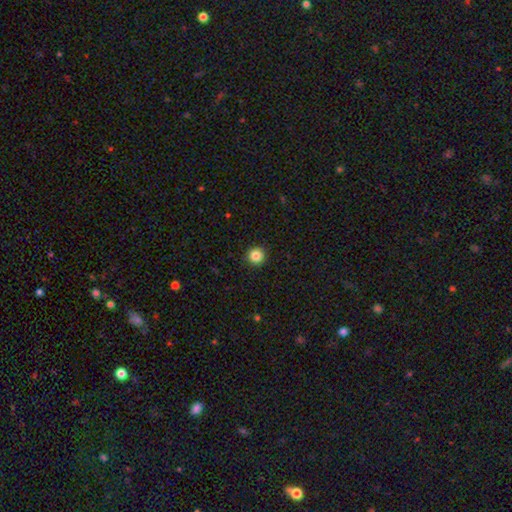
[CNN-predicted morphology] A smooth galaxy with no disk features (85%) that is round (95%).

Vote fractions:
- Smooth or featured? smooth: 85% / star or artifact: 11% / featured or disk: 4%
- How rounded? round: 95% / in between: 4% / cigar-shaped: 1%
- Merging? none: 93% / minor disturbance: 5% / major disturbance: 2% / merger: 1%